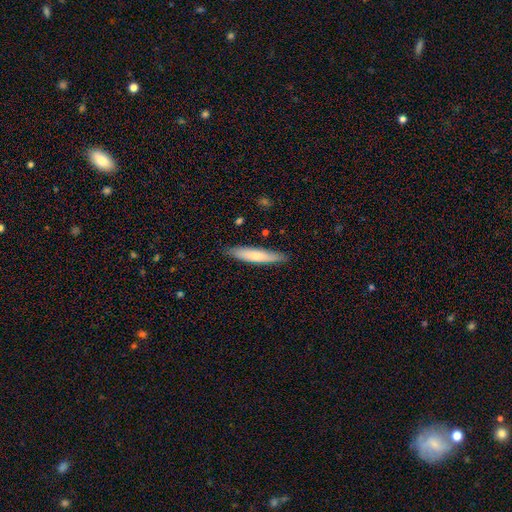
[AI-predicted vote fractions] smooth 70%, featured or disk 25%, star or artifact 5%. Down the decision tree: how rounded — cigar-shaped (88%); merging — none (87%).